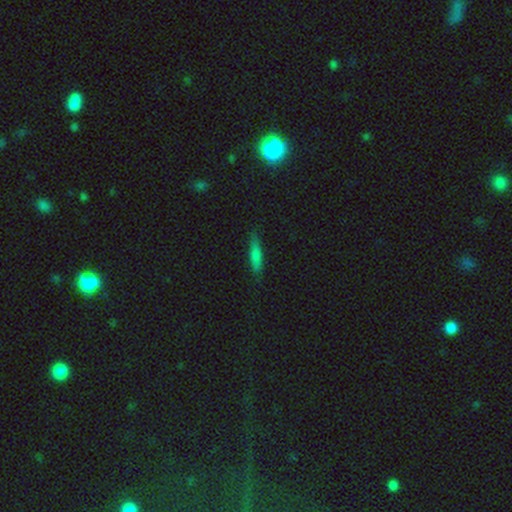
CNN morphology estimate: smooth-or-featured: smooth: 74% | featured or disk: 16% | star or artifact: 10%
  how-rounded: cigar-shaped: 77% | in between: 20% | round: 2%
  merging: none: 81% | minor disturbance: 15% | major disturbance: 3% | merger: 1%